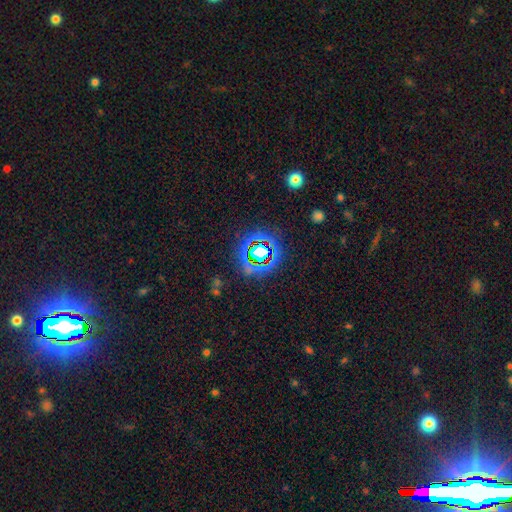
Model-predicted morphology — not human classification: Smooth or featured? Predicted: star or artifact (p=0.77).